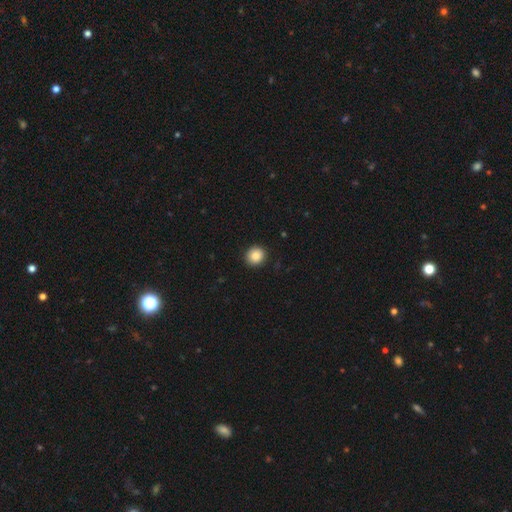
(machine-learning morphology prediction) Overall: smooth (86%). How rounded: round (88%). Merging: none (91%).